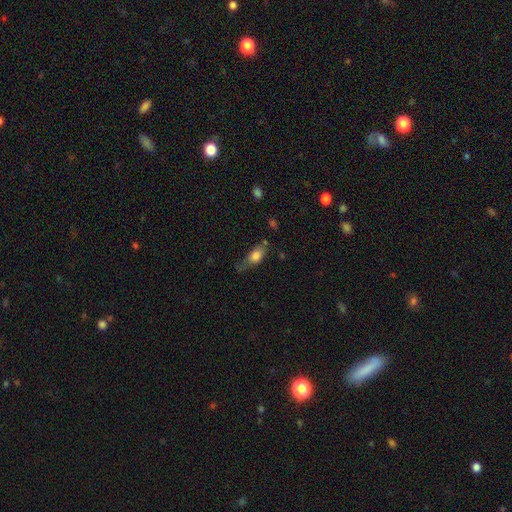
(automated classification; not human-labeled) Overall: smooth (76%). How rounded: in between (79%). Merging: none (45%; minor disturbance 33%).